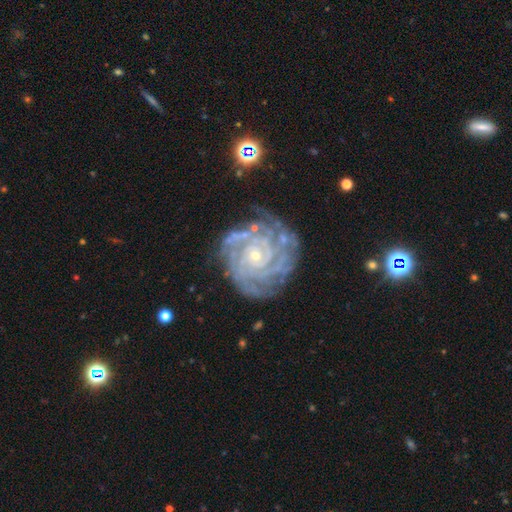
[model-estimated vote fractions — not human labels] smooth_or_featured: featured or disk (p=0.91) [alt: star or artifact p=0.05]
disk_edge_on: no (p=0.98) [alt: yes p=0.02]
bar: no (p=0.77) [alt: weak p=0.17]
has_spiral_arms: yes (p=0.98) [alt: no p=0.02]
spiral_winding: tight (p=0.83) [alt: medium p=0.15]
spiral_arm_count: 4 (p=0.28) [alt: 3 p=0.20]
bulge_size: small (p=0.82) [alt: moderate p=0.15]
merging: none (p=0.72) [alt: minor disturbance p=0.18]